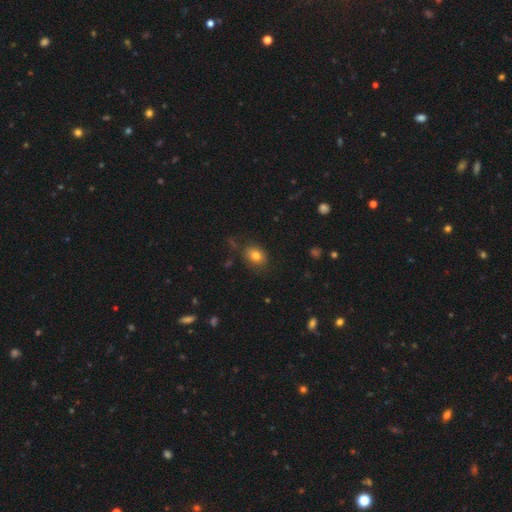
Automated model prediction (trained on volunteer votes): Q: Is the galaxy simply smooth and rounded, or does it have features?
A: smooth — 80%.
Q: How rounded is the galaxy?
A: in between — 57%.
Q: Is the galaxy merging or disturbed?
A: none — 81%.